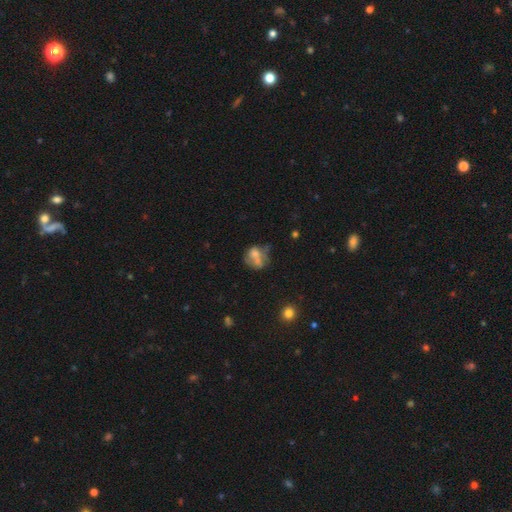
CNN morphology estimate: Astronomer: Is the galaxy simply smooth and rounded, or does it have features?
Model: smooth — 52% (runner-up: featured or disk, 35%).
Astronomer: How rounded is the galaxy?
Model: in between — 50% (runner-up: round, 48%).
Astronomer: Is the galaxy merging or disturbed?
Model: none — 31% (runner-up: major disturbance, 27%).